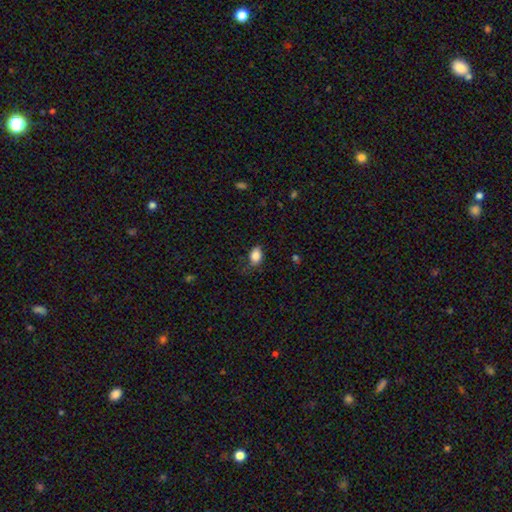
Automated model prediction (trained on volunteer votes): A smooth galaxy with no disk features (86%) that is in between round and cigar-shaped (83%).

Vote fractions:
- Smooth or featured? smooth: 86% / star or artifact: 9% / featured or disk: 6%
- How rounded? in between: 83% / round: 15% / cigar-shaped: 2%
- Merging? none: 67% / minor disturbance: 24% / major disturbance: 7% / merger: 1%